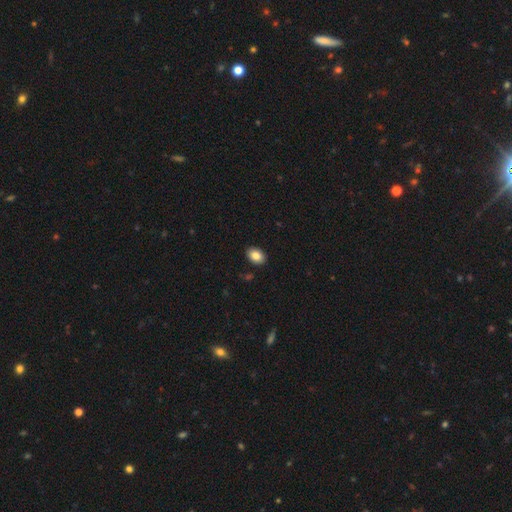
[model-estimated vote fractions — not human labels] Smooth or featured: smooth — 86% (star or artifact — 8%)
How rounded: in between — 77% (round — 22%)
Merging: none — 90% (minor disturbance — 7%)